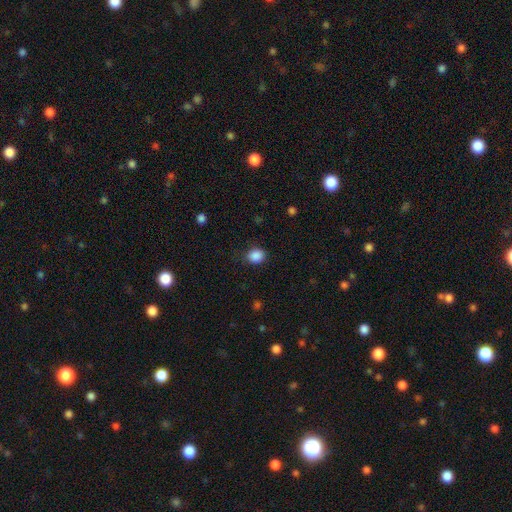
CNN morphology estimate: smooth 87%, star or artifact 10%, featured or disk 3%. Down the decision tree: how rounded — round (68%); merging — none (84%).